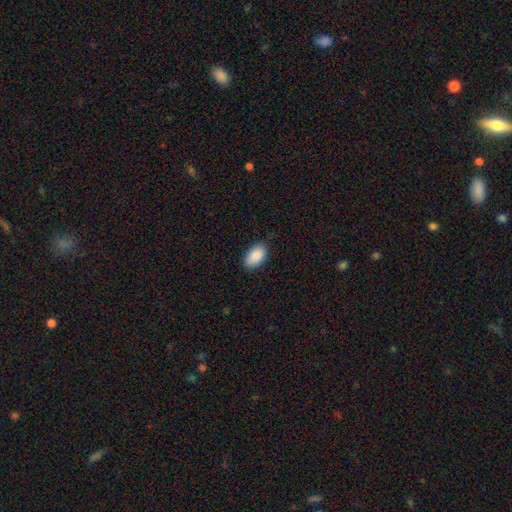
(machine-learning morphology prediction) Q: Smooth or featured?
A: smooth (89%); runner-up: star or artifact (7%)
Q: How rounded?
A: in between (94%); runner-up: round (5%)
Q: Merging?
A: none (81%); runner-up: minor disturbance (16%)